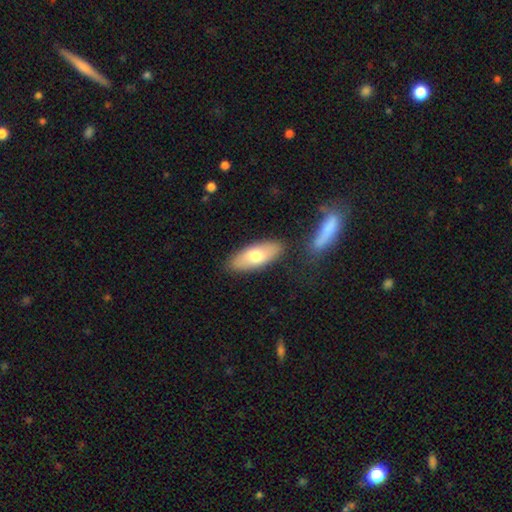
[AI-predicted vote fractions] This is likely a smooth galaxy (69%). How rounded: likely in between (80%). Merging: clearly none (83%).